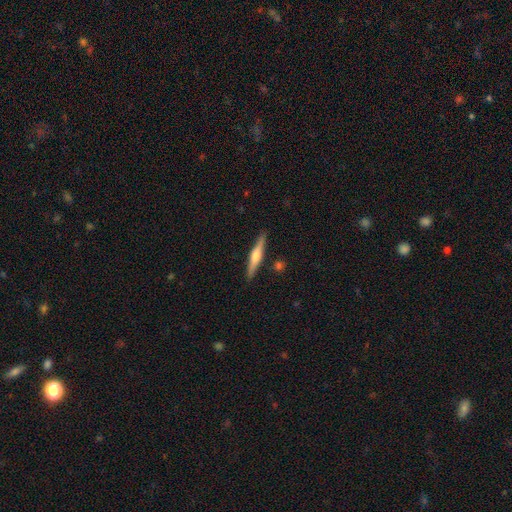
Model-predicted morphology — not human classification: Smooth or featured? featured or disk (60%)
Edge-on disk? yes (97%)
Edge-on bulge? rounded (83%)
Merging? none (89%)